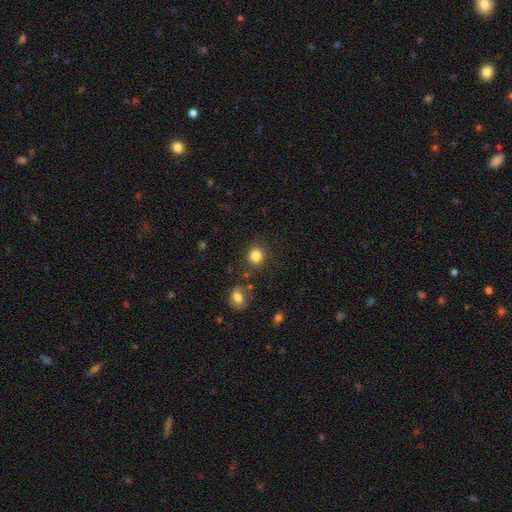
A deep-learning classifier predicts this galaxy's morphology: The model was most divided on "how rounded": round: 85%, in between: 14%, cigar-shaped: 1%. More confident: merging — none (84%); smooth or featured — smooth (83%).